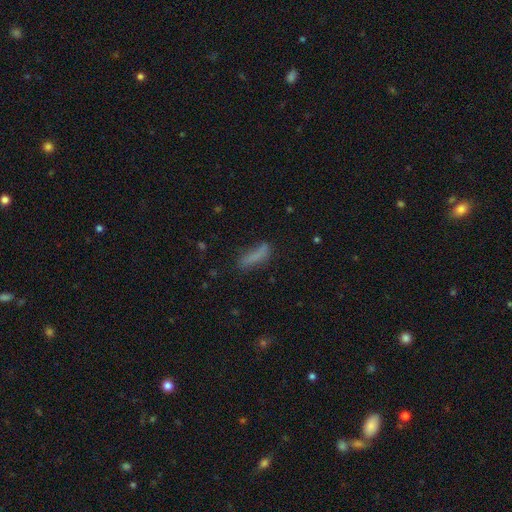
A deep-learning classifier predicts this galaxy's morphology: The model was most divided on "how rounded": cigar-shaped: 68%, in between: 30%, round: 2%. More confident: smooth or featured — smooth (76%); merging — none (64%).